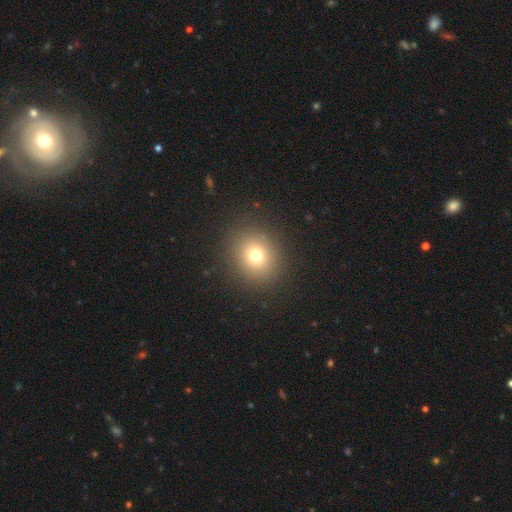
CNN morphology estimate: This appears to be a smooth galaxy with no disk features (73%) that is round (77%). Merging: none (88%).